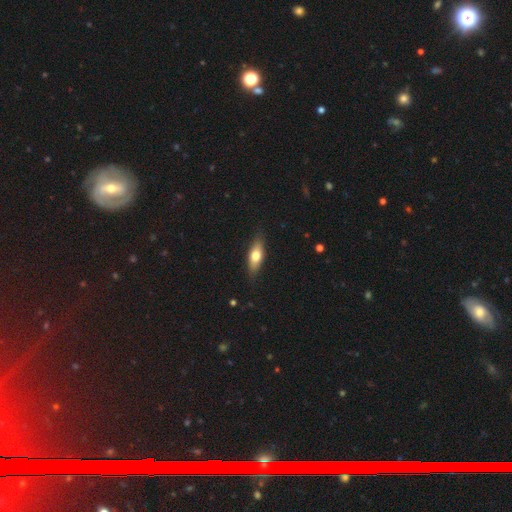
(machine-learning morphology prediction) Smooth or featured? smooth (66%)
How rounded? in between (67%)
Merging? none (84%)